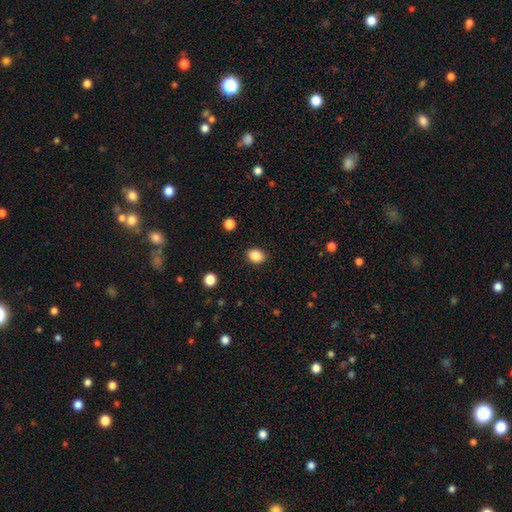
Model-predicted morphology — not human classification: smooth-or-featured: smooth: 87% | star or artifact: 9% | featured or disk: 4%
  how-rounded: in between: 57% | round: 42% | cigar-shaped: 1%
  merging: none: 88% | minor disturbance: 8% | major disturbance: 2% | merger: 1%